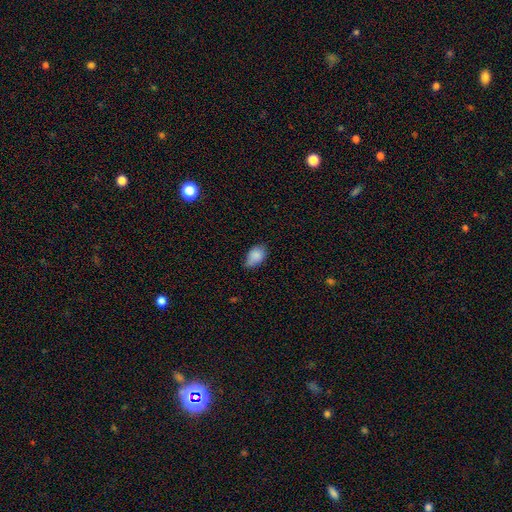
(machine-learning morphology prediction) This is clearly a smooth galaxy (86%). How rounded: clearly in between (83%). Merging: possibly none (49%).